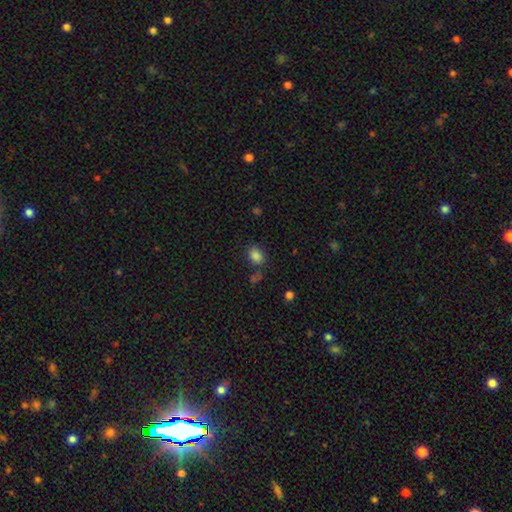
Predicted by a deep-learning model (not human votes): This is clearly a smooth galaxy (83%). How rounded: likely in between (71%). Merging: likely none (71%).